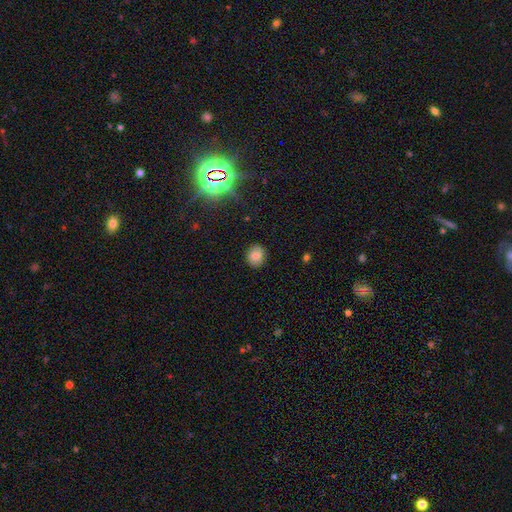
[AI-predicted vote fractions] Smooth or featured? smooth (76%)
How rounded? round (69%)
Merging? none (85%)